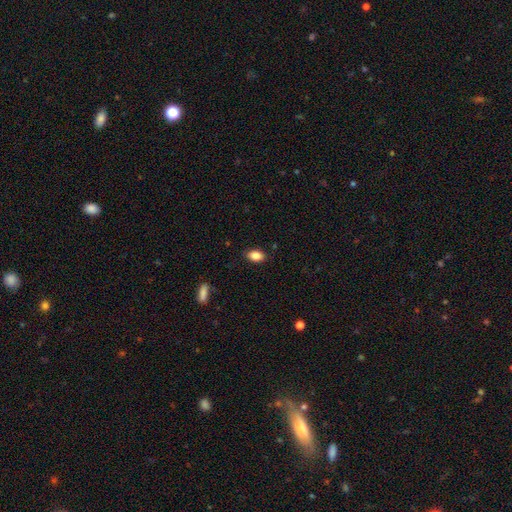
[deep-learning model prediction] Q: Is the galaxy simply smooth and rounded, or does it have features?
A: smooth — 86%.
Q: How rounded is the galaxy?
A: in between — 88%.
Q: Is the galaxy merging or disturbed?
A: none — 85%.